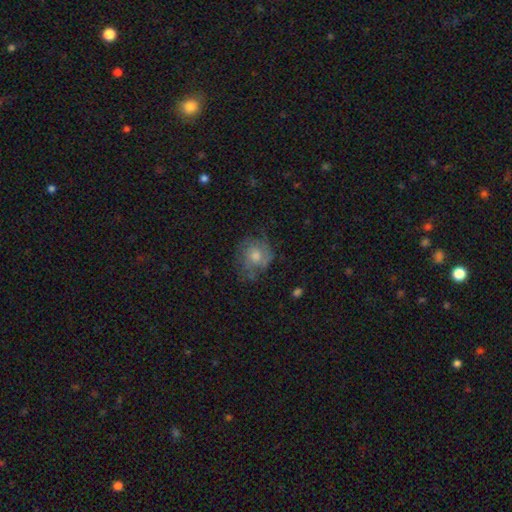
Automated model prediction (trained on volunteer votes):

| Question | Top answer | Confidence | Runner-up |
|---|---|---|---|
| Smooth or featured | featured or disk | 49% | smooth (40%) |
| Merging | none | 64% | minor disturbance (23%) |